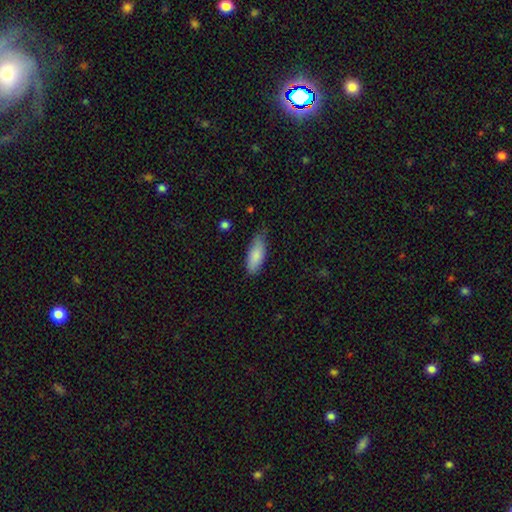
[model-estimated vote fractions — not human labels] Overall: smooth (85%). How rounded: in between (73%). Merging: none (68%).